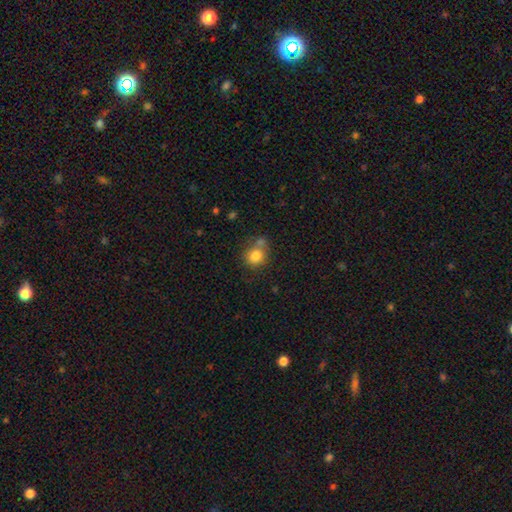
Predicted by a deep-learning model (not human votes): Smooth or featured? smooth (81%)
How rounded? round (73%)
Merging? none (52%)